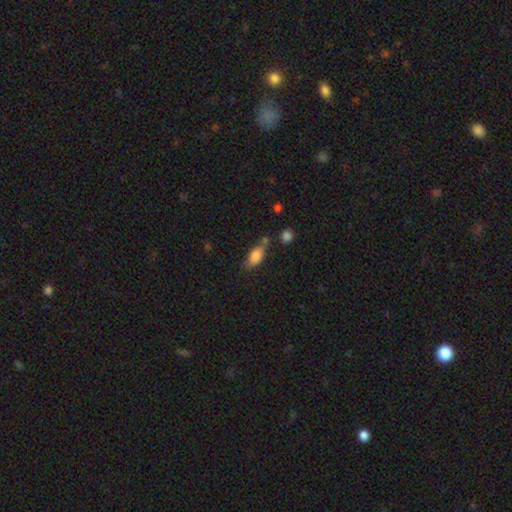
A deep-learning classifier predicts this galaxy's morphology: smooth_or_featured: smooth (p=0.82) [alt: featured or disk p=0.10]
how_rounded: in between (p=0.84) [alt: cigar-shaped p=0.11]
merging: none (p=0.54) [alt: minor disturbance p=0.23]